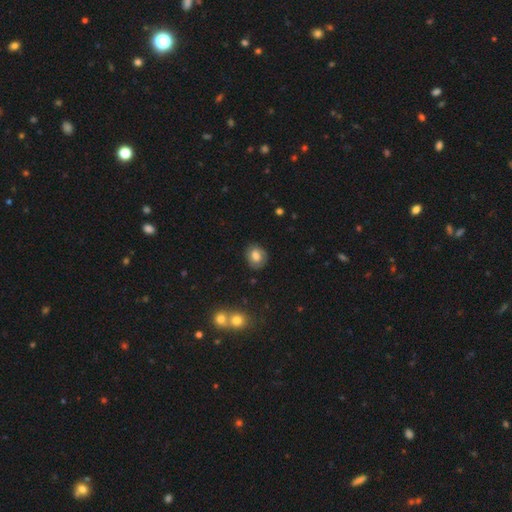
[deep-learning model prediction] smooth-or-featured: smooth: 65% | featured or disk: 26% | star or artifact: 9%
  how-rounded: round: 60% | in between: 39% | cigar-shaped: 1%
  merging: none: 81% | minor disturbance: 14% | major disturbance: 4% | merger: 2%